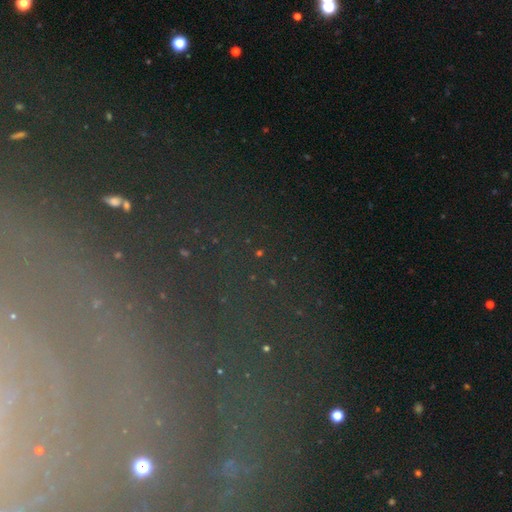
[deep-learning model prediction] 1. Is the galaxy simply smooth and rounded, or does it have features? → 45% star or artifact, 35% featured or disk, 20% smooth.